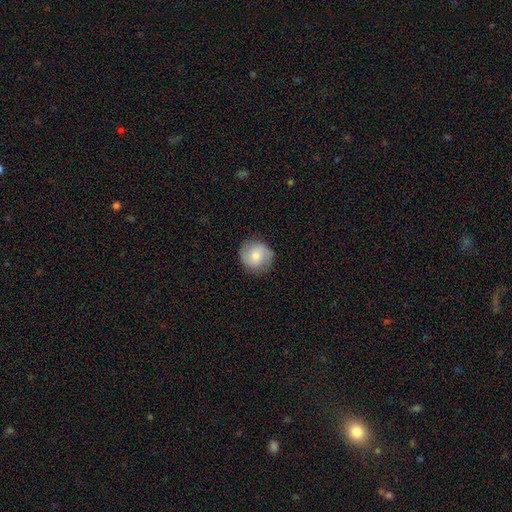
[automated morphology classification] The model was most divided on "smooth or featured": smooth: 50%, featured or disk: 43%, star or artifact: 7%. More confident: merging — none (85%).